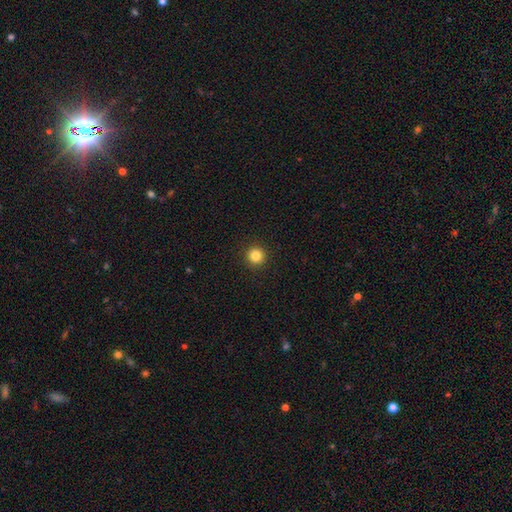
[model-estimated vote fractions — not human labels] Smooth or featured? smooth (83%)
How rounded? round (96%)
Merging? none (93%)